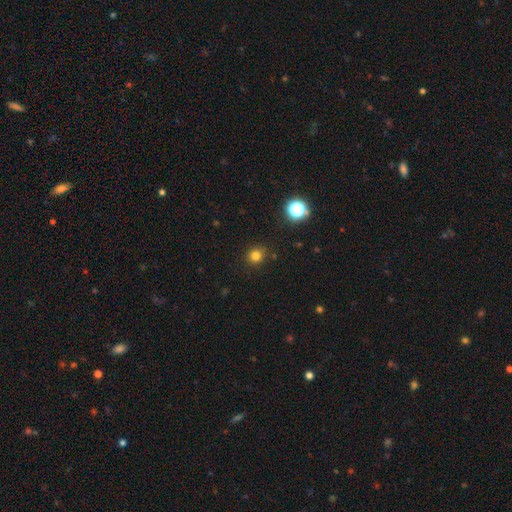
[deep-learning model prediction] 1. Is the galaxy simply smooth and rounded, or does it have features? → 79% smooth, 16% star or artifact, 5% featured or disk.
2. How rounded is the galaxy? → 87% round, 12% in between, 1% cigar-shaped.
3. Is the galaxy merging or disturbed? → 88% none, 8% minor disturbance, 2% major disturbance, 2% merger.